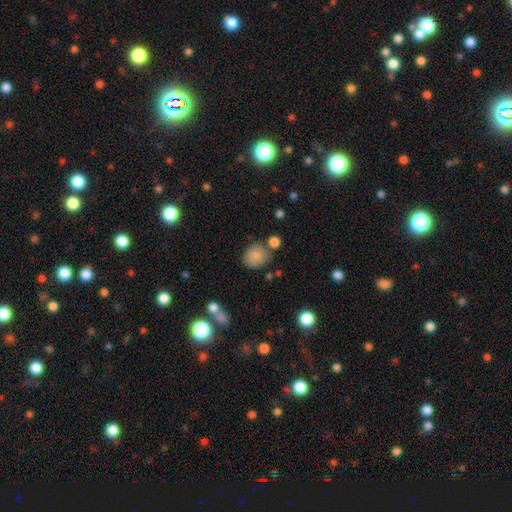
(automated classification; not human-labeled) Morphology: type=smooth (85%); roundness=round (66%); merging=none (67%).